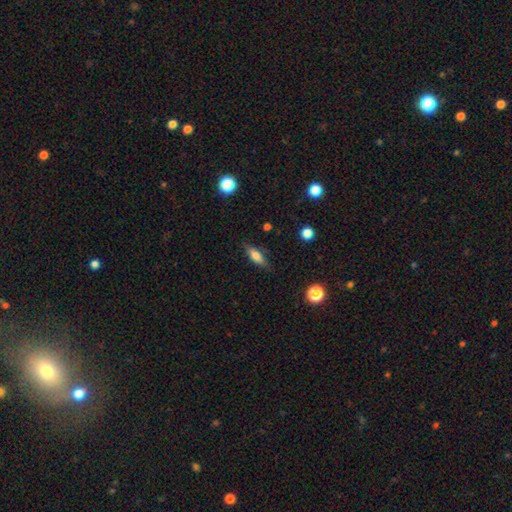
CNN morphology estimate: A smooth galaxy with no disk features (62%) that is in between round and cigar-shaped (54%).

Vote fractions:
- Smooth or featured? smooth: 62% / featured or disk: 29% / star or artifact: 9%
- How rounded? in between: 54% / cigar-shaped: 42% / round: 4%
- Merging? none: 80% / minor disturbance: 15% / major disturbance: 4% / merger: 1%